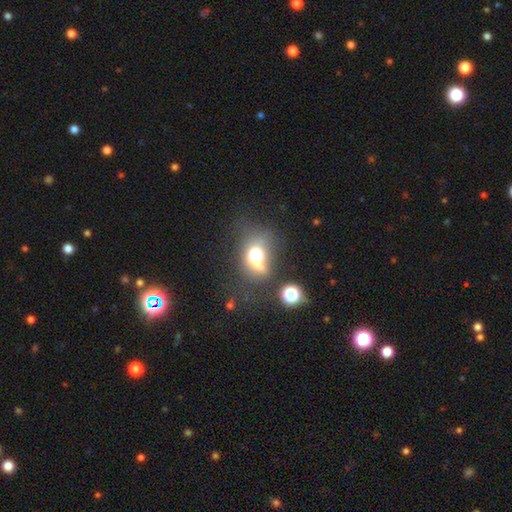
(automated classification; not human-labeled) The model was most divided on "merging": none: 30%, merger: 28%, major disturbance: 25%, minor disturbance: 16%. More confident: smooth or featured — smooth (58%); how rounded — round (51%).